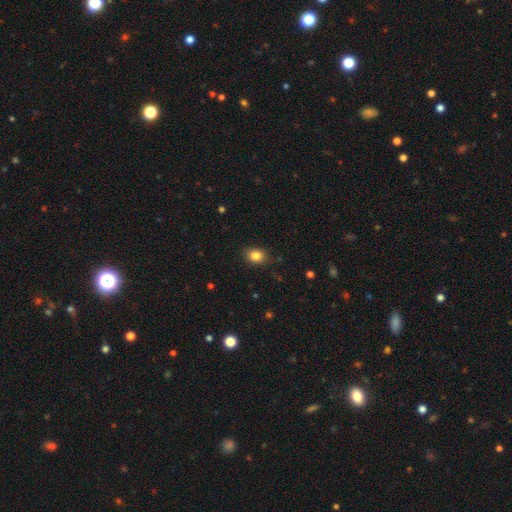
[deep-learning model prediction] Morphology: type=smooth (85%); roundness=in between (59%); merging=none (84%).